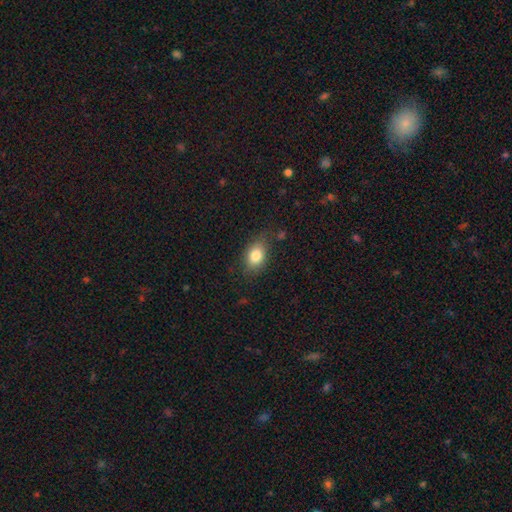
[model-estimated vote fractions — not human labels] A smooth galaxy with no disk features (82%) that is in between round and cigar-shaped (79%). Merging: none (73%).